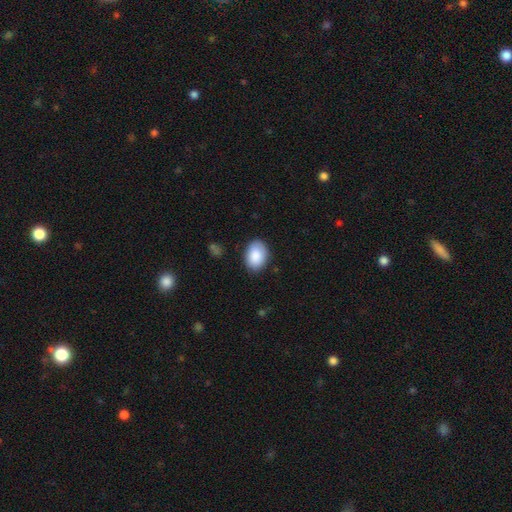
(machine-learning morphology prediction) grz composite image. It shows a smooth galaxy with no disk features (88%) that is in between round and cigar-shaped (82%). Merging: none (83%).